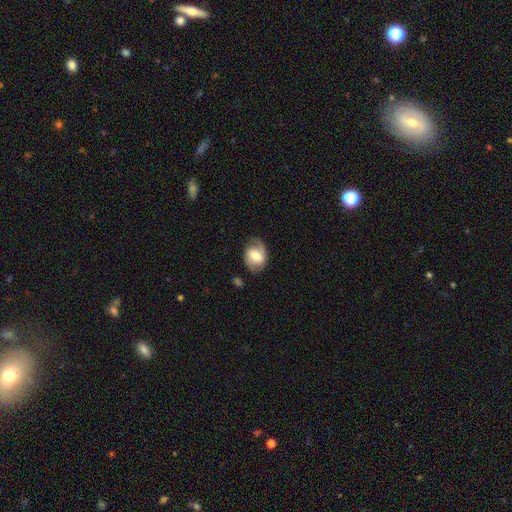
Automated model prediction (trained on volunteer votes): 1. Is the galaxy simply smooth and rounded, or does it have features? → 50% featured or disk, 43% smooth, 7% star or artifact.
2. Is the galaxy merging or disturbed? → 69% none, 21% minor disturbance, 8% major disturbance, 2% merger.